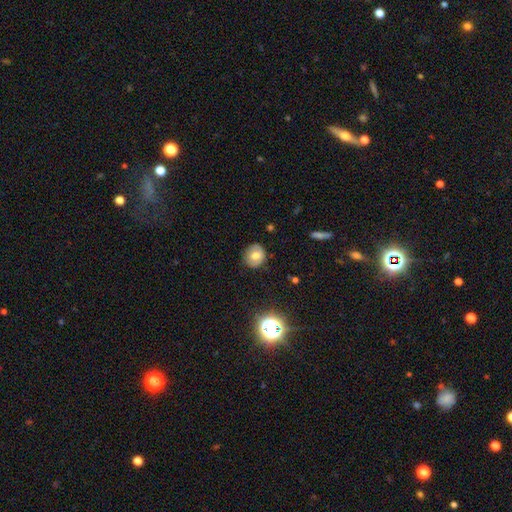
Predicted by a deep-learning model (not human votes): Overall: smooth (64%; featured or disk 25%). How rounded: round (79%). Merging: none (83%).